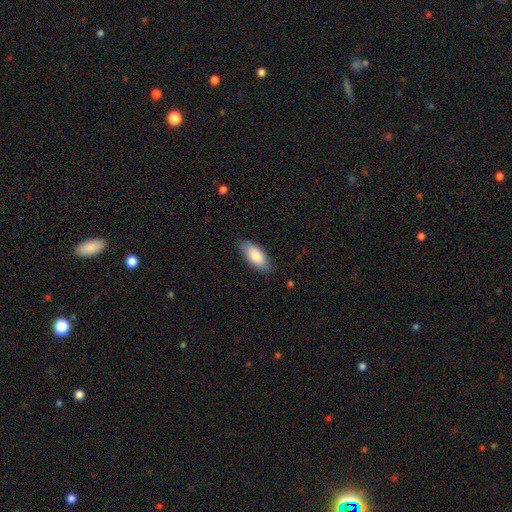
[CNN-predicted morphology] type=smooth (82%); roundness=in between (84%); merging=none (83%).